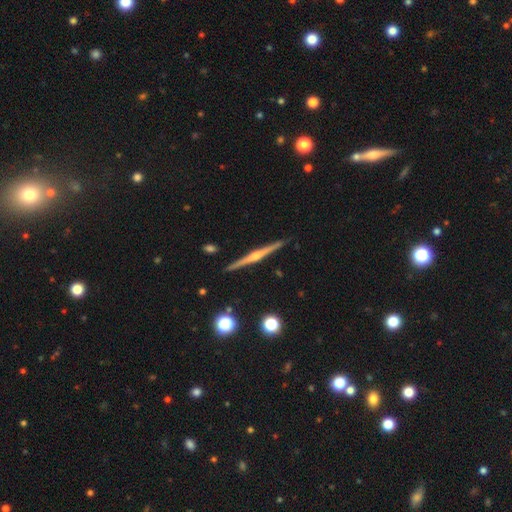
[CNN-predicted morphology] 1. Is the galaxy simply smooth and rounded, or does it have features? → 84% featured or disk, 11% smooth, 5% star or artifact.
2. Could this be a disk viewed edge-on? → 99% yes, 1% no.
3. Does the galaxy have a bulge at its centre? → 87% rounded, 7% none, 6% boxy.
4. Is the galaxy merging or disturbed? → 92% none, 5% minor disturbance, 1% merger, 1% major disturbance.